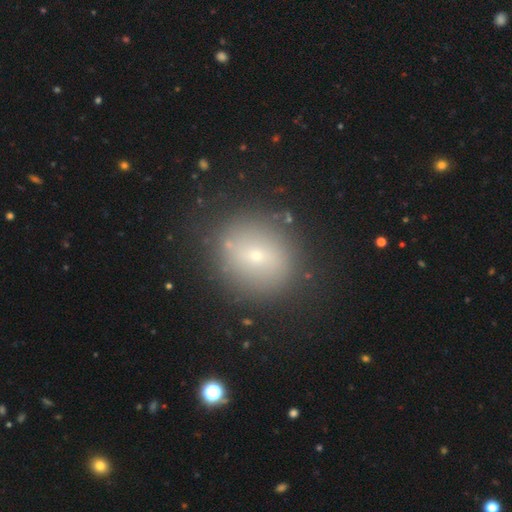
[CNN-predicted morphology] smooth_or_featured: smooth (p=0.59) [alt: featured or disk p=0.25]
how_rounded: round (p=0.81) [alt: in between p=0.17]
merging: none (p=0.83) [alt: minor disturbance p=0.11]